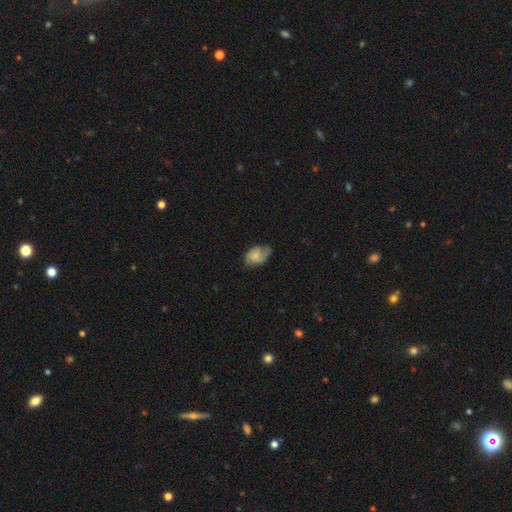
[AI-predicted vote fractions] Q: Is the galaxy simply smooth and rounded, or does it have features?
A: smooth — 52%.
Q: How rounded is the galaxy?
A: in between — 79%.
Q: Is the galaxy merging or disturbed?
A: none — 49%.